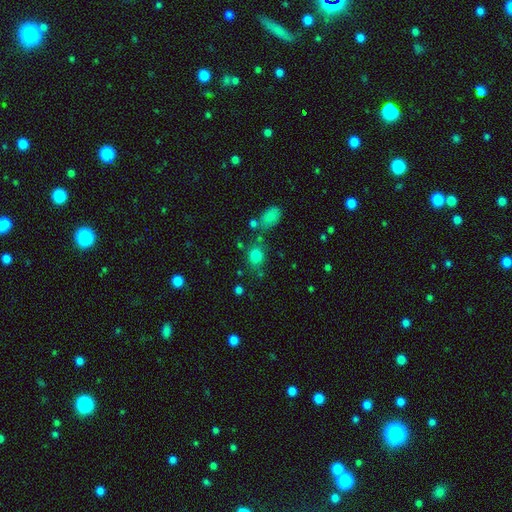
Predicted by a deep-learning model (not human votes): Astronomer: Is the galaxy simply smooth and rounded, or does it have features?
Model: smooth — 80%.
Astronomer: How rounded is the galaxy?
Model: round — 65%.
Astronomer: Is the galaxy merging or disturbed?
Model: none — 70%.